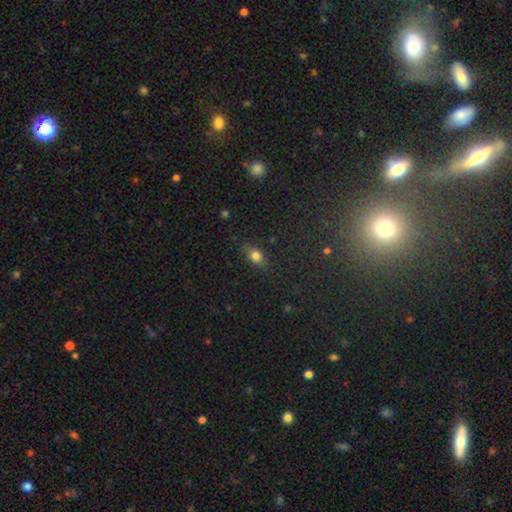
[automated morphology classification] smooth-or-featured: smooth: 74% | star or artifact: 13% | featured or disk: 13%
  how-rounded: in between: 68% | round: 26% | cigar-shaped: 7%
  merging: none: 80% | minor disturbance: 15% | major disturbance: 4% | merger: 1%